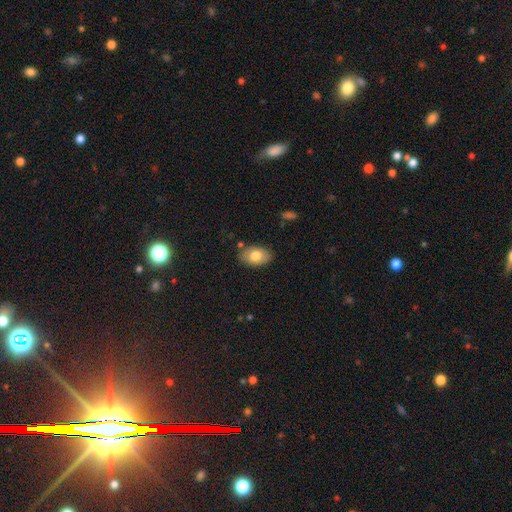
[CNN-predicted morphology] This appears to be a smooth galaxy with no disk features (77%) that is in between round and cigar-shaped (88%). Merging: none (82%).